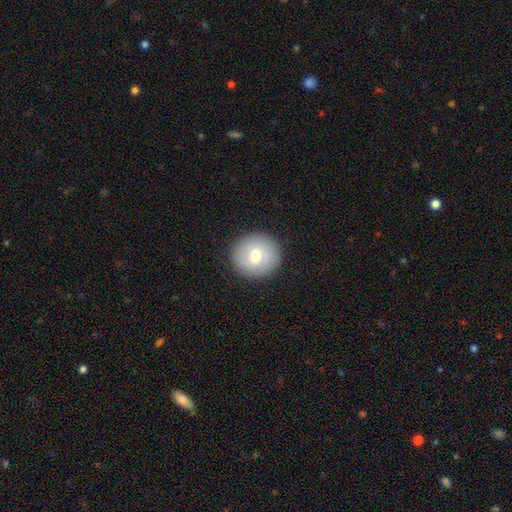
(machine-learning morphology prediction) smooth_or_featured: smooth (p=0.68) [alt: featured or disk p=0.24]
how_rounded: round (p=0.91) [alt: in between p=0.09]
merging: none (p=0.89) [alt: minor disturbance p=0.07]